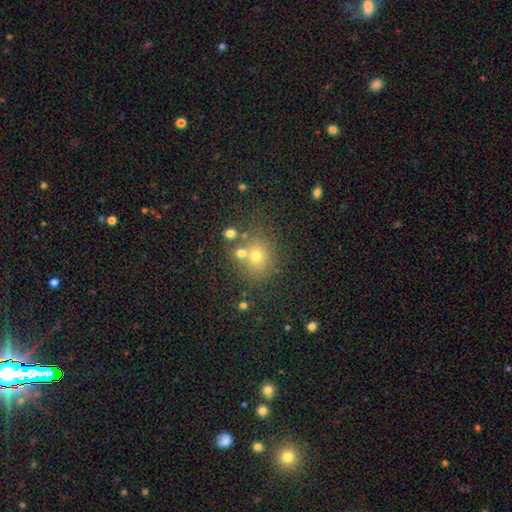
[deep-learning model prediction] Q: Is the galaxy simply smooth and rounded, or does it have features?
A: smooth — 66%.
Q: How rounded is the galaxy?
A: round — 72%.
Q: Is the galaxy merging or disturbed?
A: none — 62%.